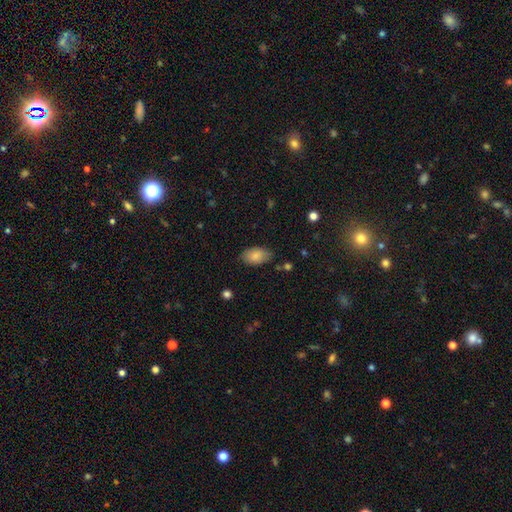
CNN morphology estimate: A smooth galaxy with no disk features (85%) that is in between round and cigar-shaped (92%). Merging: none (80%).